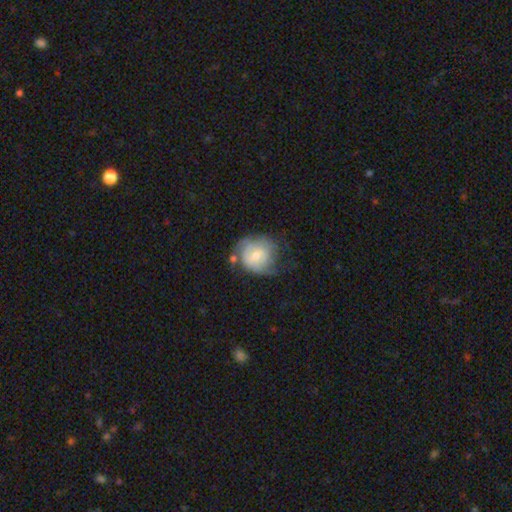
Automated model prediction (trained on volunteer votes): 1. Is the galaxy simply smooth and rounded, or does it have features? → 48% smooth, 45% featured or disk, 7% star or artifact.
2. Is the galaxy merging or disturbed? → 43% none, 30% minor disturbance, 20% major disturbance, 7% merger.